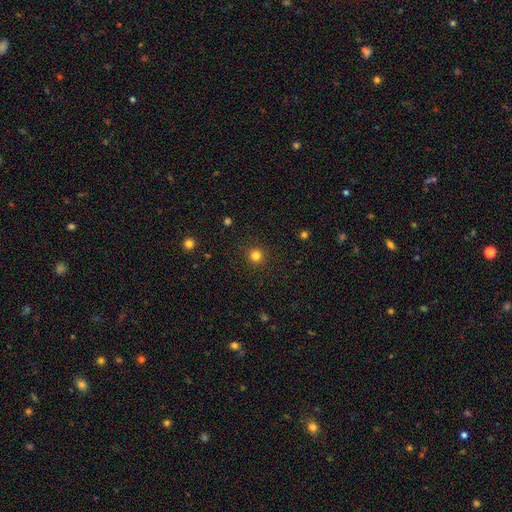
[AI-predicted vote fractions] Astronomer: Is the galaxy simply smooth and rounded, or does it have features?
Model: smooth — 81%.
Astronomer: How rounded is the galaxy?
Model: round — 94%.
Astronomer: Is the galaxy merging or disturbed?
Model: none — 91%.